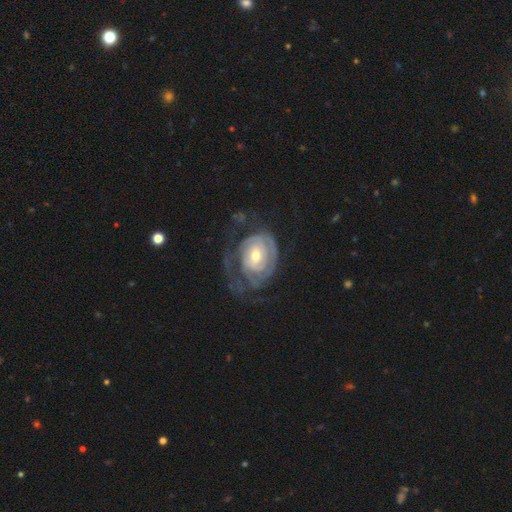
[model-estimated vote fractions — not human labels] Smooth or featured: featured or disk — 83% (smooth — 12%)
Edge-on disk: no — 97% (yes — 3%)
Bar: no — 61% (weak — 30%)
Spiral arms: yes — 88% (no — 12%)
Spiral winding: tight — 72% (medium — 20%)
Spiral arm count: can't tell — 45% (2 — 26%)
Bulge size: moderate — 56% (small — 38%)
Merging: none — 48% (major disturbance — 29%)